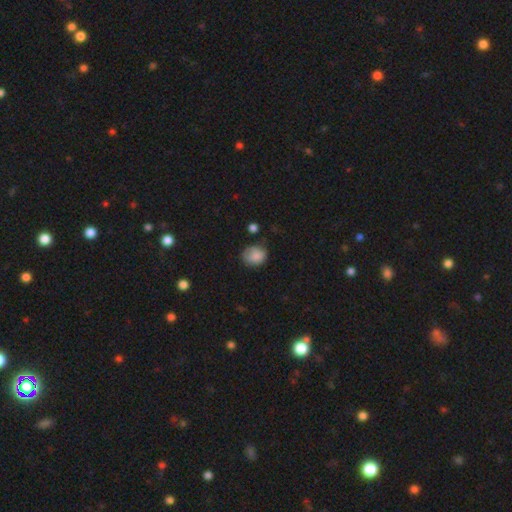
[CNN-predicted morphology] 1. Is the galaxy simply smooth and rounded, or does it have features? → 83% smooth, 9% featured or disk, 8% star or artifact.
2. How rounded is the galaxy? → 61% round, 38% in between, 1% cigar-shaped.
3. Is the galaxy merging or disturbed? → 66% none, 26% minor disturbance, 6% major disturbance, 3% merger.